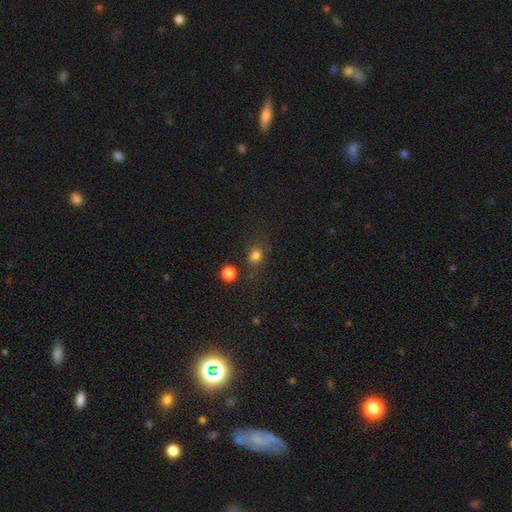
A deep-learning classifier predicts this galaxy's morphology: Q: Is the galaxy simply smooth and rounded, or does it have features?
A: smooth — 75%.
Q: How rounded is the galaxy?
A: round — 67%.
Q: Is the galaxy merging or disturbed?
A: none — 65%.